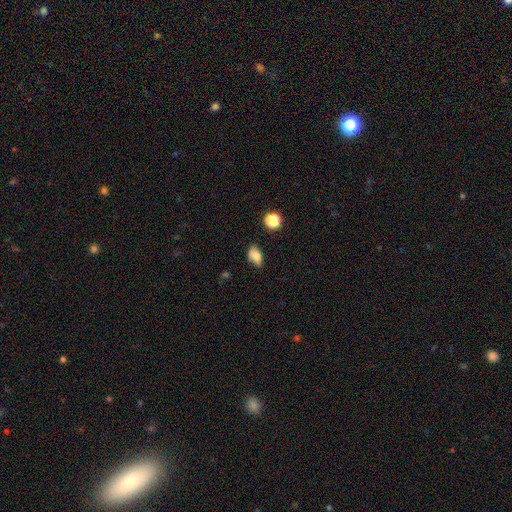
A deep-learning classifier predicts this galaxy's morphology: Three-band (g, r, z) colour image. It shows a smooth galaxy with no disk features (74%) that is in between round and cigar-shaped (86%). Merging: none (60%).